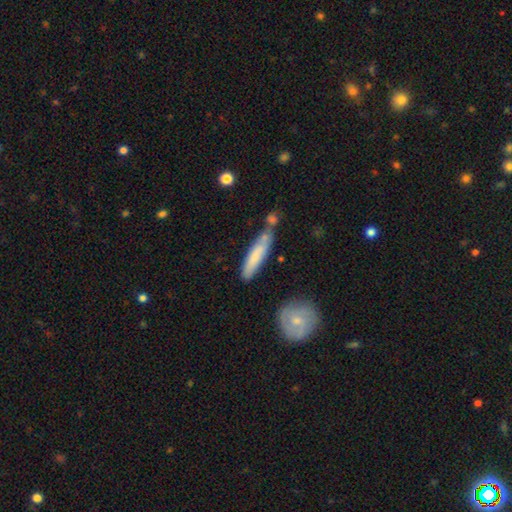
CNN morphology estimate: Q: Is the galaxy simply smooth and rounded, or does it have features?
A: smooth — 71%.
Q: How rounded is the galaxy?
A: cigar-shaped — 84%.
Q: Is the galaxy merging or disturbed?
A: none — 60%.